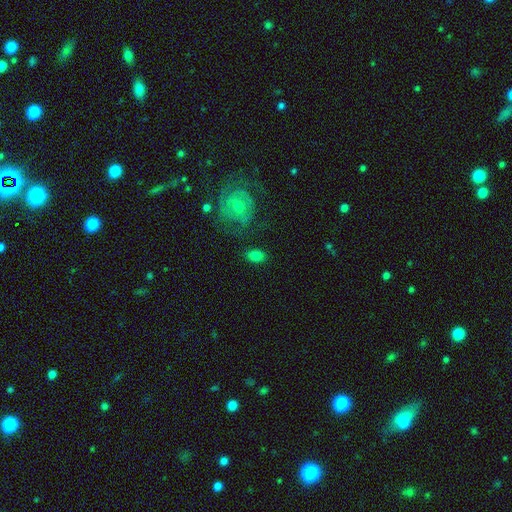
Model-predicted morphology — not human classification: A smooth galaxy with no disk features (78%) that is in between round and cigar-shaped (81%). Merging: none (77%).